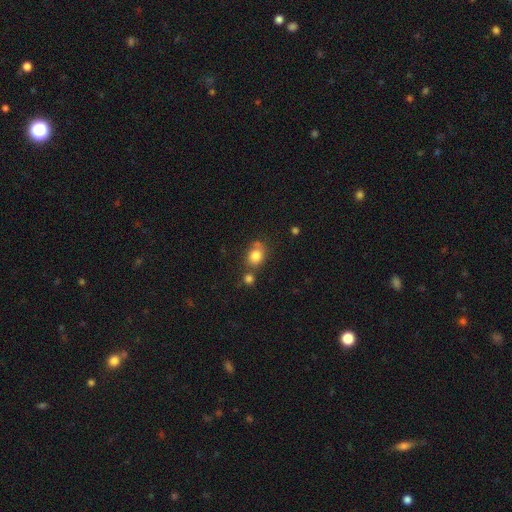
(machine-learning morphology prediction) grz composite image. It shows a smooth galaxy with no disk features (81%) that is round (54%). Merging: none (55%).